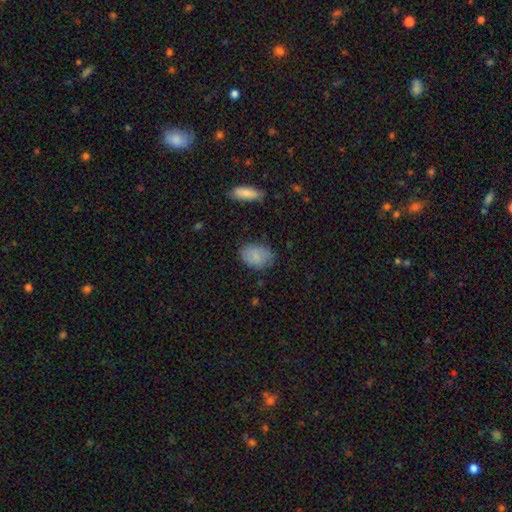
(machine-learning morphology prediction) smooth 81%, featured or disk 12%, star or artifact 7%. Down the decision tree: how rounded — in between (80%); merging — none (75%).